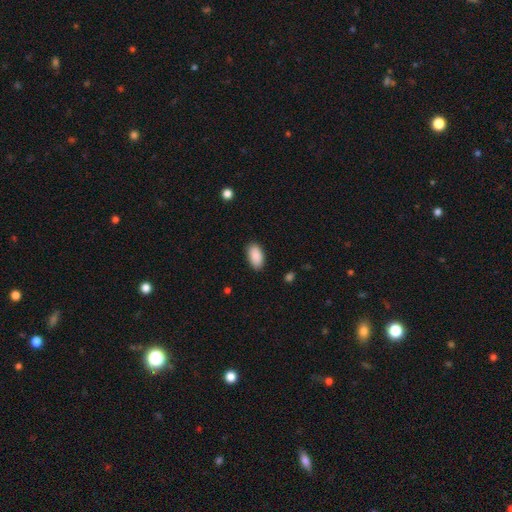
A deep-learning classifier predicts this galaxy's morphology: smooth 91%, star or artifact 6%, featured or disk 3%. Down the decision tree: how rounded — in between (95%); merging — none (87%).